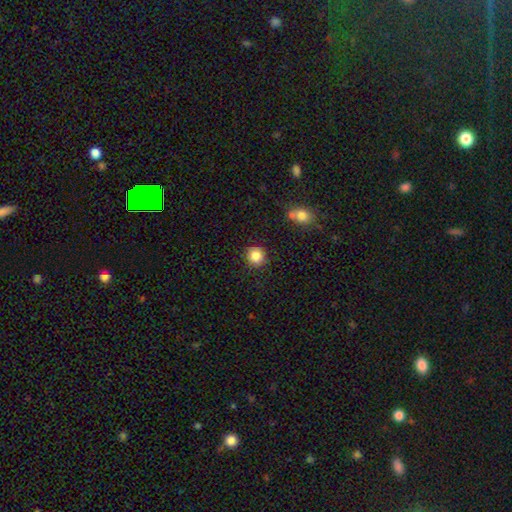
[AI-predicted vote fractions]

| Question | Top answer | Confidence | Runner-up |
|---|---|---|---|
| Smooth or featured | smooth | 85% | star or artifact (10%) |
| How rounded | round | 92% | in between (7%) |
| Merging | none | 89% | minor disturbance (7%) |